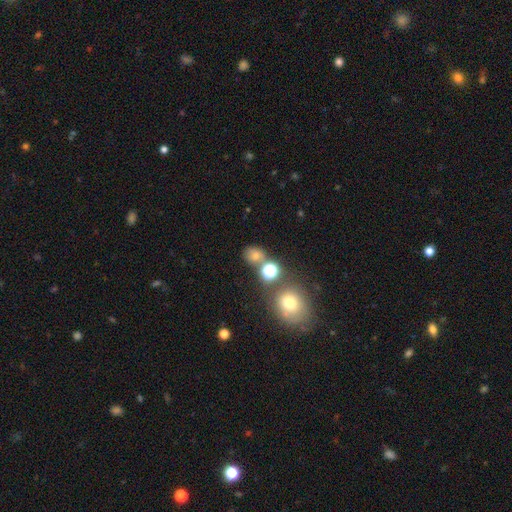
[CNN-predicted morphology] A smooth galaxy with no disk features (64%) that is round (66%). Merging: none (63%).